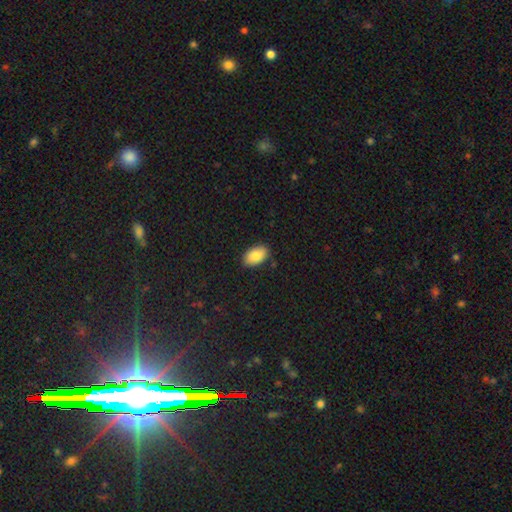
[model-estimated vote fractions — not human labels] Smooth or featured?
  - smooth: 86% *
  - featured or disk: 7%
  - star or artifact: 7%
How rounded?
  - in between: 92% *
  - round: 6%
  - cigar-shaped: 1%
Merging?
  - none: 86% *
  - minor disturbance: 11%
  - major disturbance: 2%
  - merger: 1%